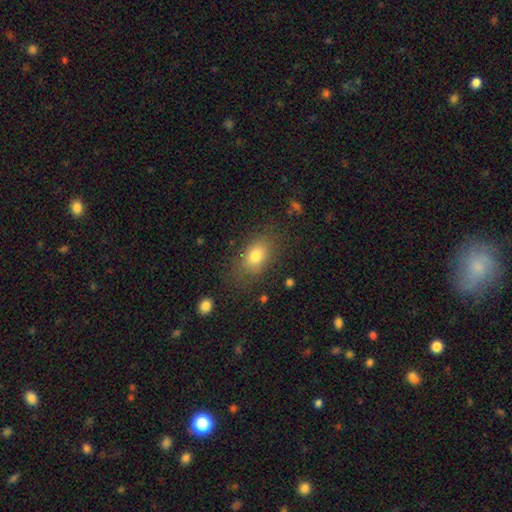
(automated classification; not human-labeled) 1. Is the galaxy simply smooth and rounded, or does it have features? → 79% smooth, 11% star or artifact, 11% featured or disk.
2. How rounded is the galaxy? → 80% in between, 18% round, 2% cigar-shaped.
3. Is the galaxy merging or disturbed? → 77% none, 15% minor disturbance, 6% major disturbance, 2% merger.